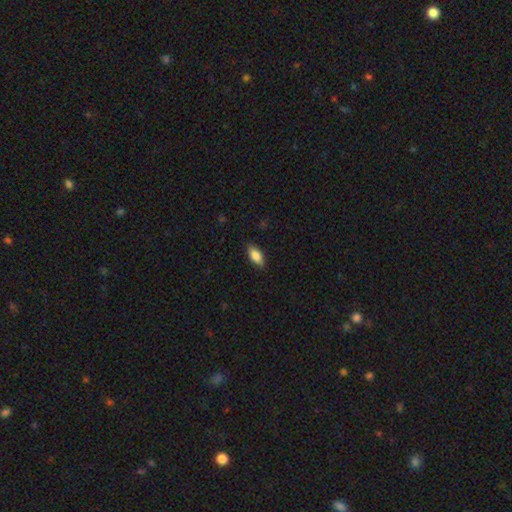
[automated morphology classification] smooth_or_featured: smooth (p=0.84) [alt: featured or disk p=0.10]
how_rounded: in between (p=0.85) [alt: cigar-shaped p=0.12]
merging: none (p=0.85) [alt: minor disturbance p=0.12]